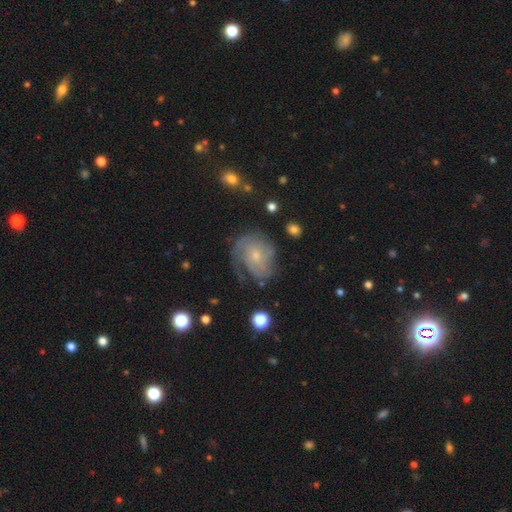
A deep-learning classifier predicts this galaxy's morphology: smooth_or_featured: featured or disk (p=0.68) [alt: smooth p=0.23]
disk_edge_on: no (p=0.97) [alt: yes p=0.03]
bar: no (p=0.75) [alt: weak p=0.22]
has_spiral_arms: yes (p=0.86) [alt: no p=0.14]
spiral_winding: tight (p=0.53) [alt: medium p=0.32]
spiral_arm_count: can't tell (p=0.43) [alt: 2 p=0.21]
bulge_size: small (p=0.68) [alt: moderate p=0.27]
merging: none (p=0.54) [alt: minor disturbance p=0.24]